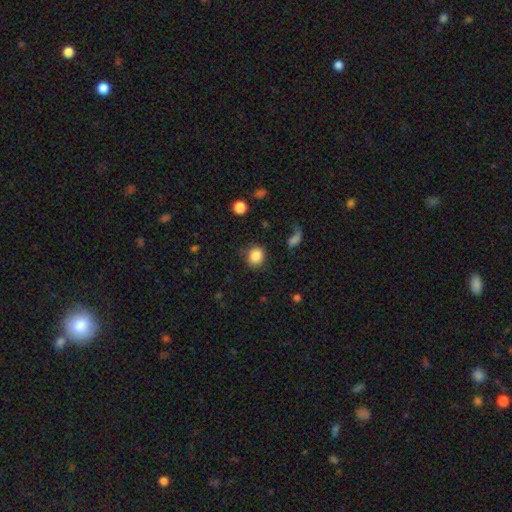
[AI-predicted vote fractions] smooth_or_featured: smooth (p=0.86) [alt: star or artifact p=0.09]
how_rounded: round (p=0.71) [alt: in between p=0.28]
merging: none (p=0.81) [alt: minor disturbance p=0.12]